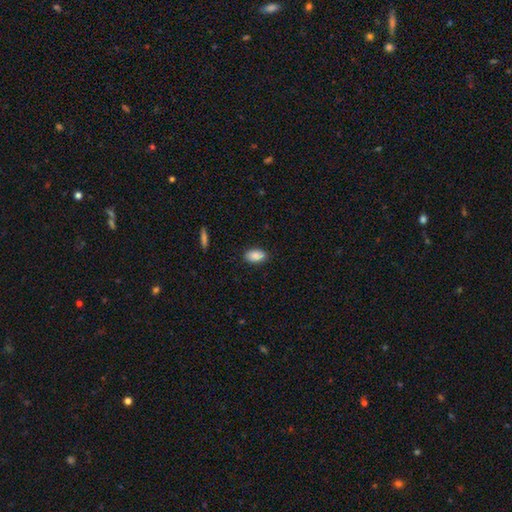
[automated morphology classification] A smooth galaxy with no disk features (88%) that is in between round and cigar-shaped (92%).

Vote fractions:
- Smooth or featured? smooth: 88% / star or artifact: 7% / featured or disk: 5%
- How rounded? in between: 92% / round: 5% / cigar-shaped: 2%
- Merging? none: 86% / minor disturbance: 10% / major disturbance: 2% / merger: 1%